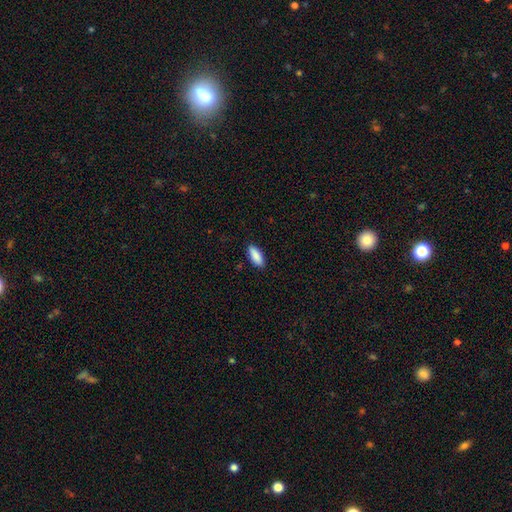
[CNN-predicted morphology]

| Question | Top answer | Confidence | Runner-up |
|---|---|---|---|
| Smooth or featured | smooth | 90% | star or artifact (6%) |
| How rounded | in between | 73% | cigar-shaped (25%) |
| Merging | none | 88% | minor disturbance (9%) |